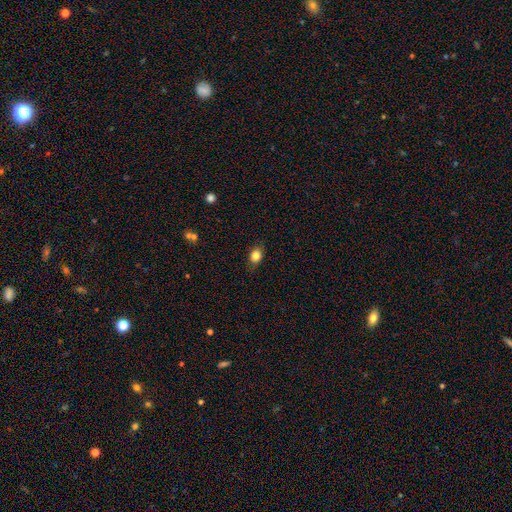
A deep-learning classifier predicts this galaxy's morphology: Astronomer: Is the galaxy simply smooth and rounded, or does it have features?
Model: smooth — 84%.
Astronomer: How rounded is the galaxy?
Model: in between — 68%.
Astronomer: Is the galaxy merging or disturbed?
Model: none — 84%.